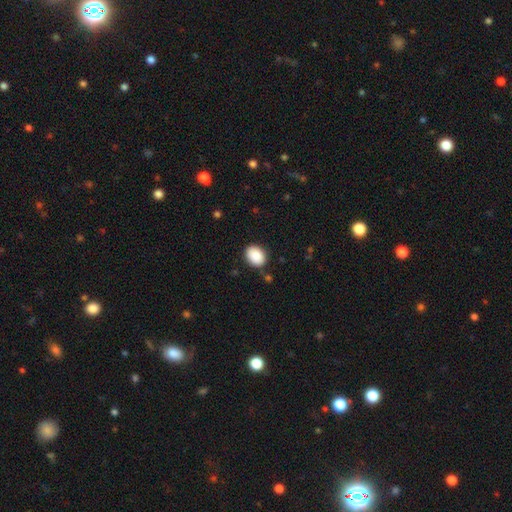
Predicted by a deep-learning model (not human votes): smooth-or-featured: smooth: 89% | star or artifact: 7% | featured or disk: 4%
  how-rounded: in between: 66% | round: 33% | cigar-shaped: 1%
  merging: none: 85% | minor disturbance: 10% | major disturbance: 3% | merger: 2%